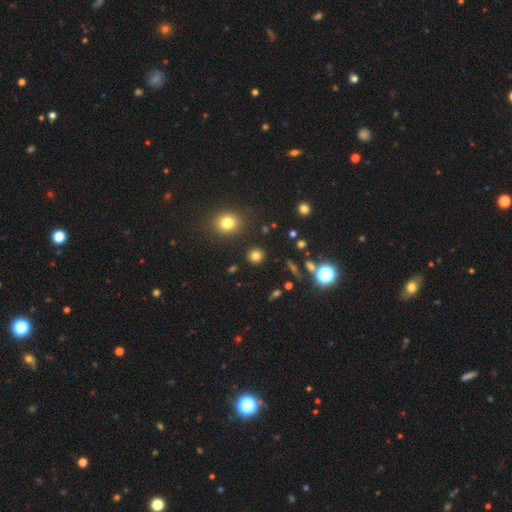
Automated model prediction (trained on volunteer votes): Q: Smooth or featured?
A: smooth (79%); runner-up: star or artifact (15%)
Q: How rounded?
A: round (90%); runner-up: in between (9%)
Q: Merging?
A: none (90%); runner-up: minor disturbance (6%)